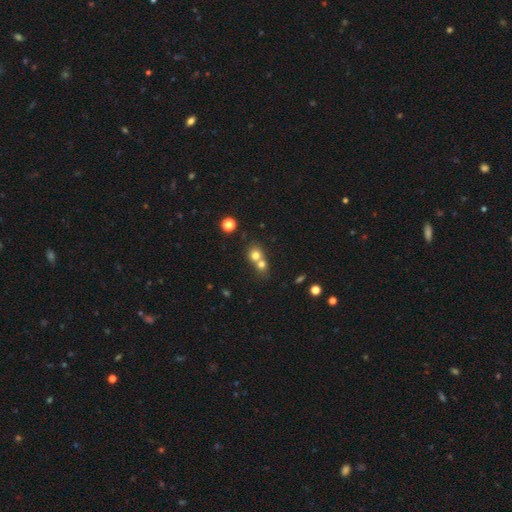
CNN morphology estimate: Smooth or featured: smooth — 73% (featured or disk — 14%)
How rounded: round — 79% (in between — 20%)
Merging: merger — 59% (none — 33%)